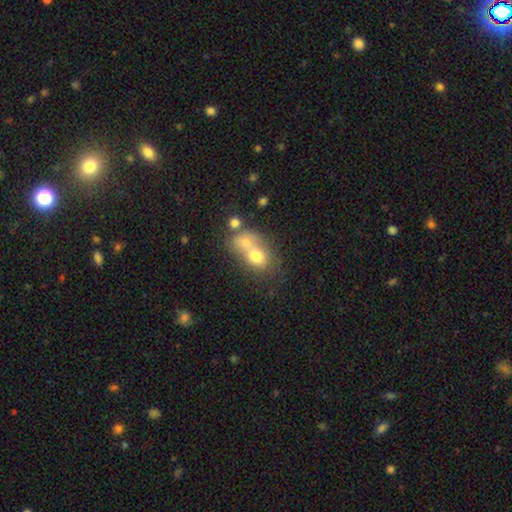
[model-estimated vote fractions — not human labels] smooth 69%, featured or disk 20%, star or artifact 11%. Down the decision tree: how rounded — in between (52%); merging — merger (61%).